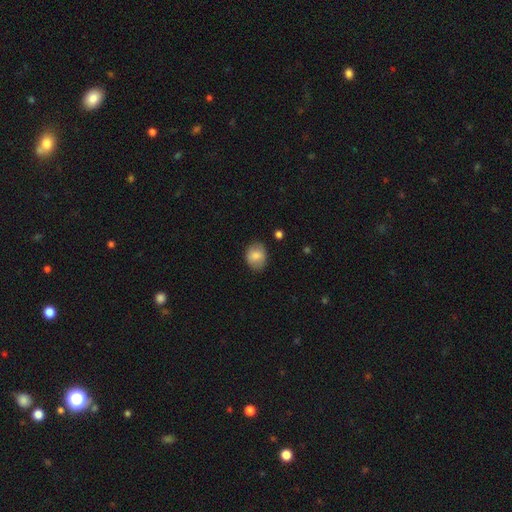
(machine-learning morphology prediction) This appears to be a smooth galaxy with no disk features (80%) that is in between round and cigar-shaped (53%). Merging: none (76%).